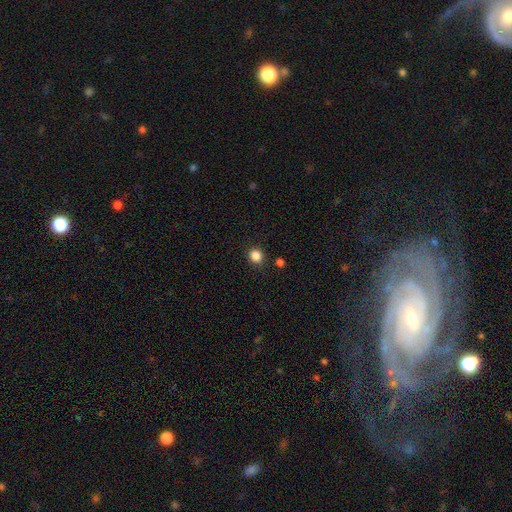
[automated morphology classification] The model was most divided on "how rounded": round: 86%, in between: 13%, cigar-shaped: 1%. More confident: merging — none (87%); smooth or featured — smooth (85%).